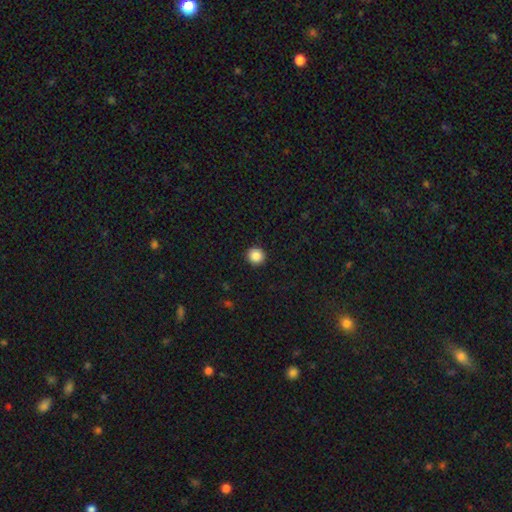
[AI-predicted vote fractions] smooth_or_featured: smooth (p=0.87) [alt: star or artifact p=0.09]
how_rounded: round (p=0.95) [alt: in between p=0.04]
merging: none (p=0.93) [alt: minor disturbance p=0.04]